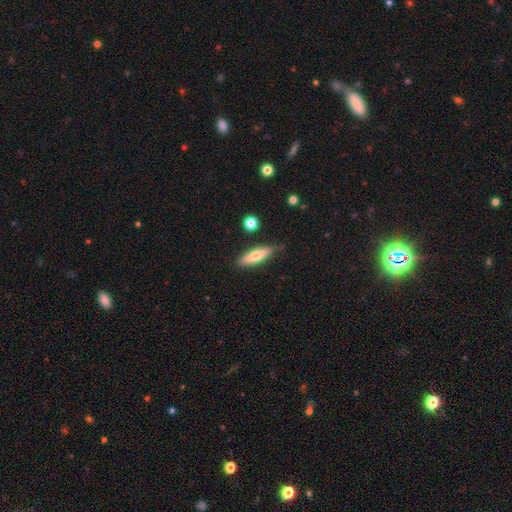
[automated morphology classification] Smooth or featured? Predicted: smooth (p=0.66). How rounded? Predicted: cigar-shaped (p=0.64). Merging? Predicted: none (p=0.77).